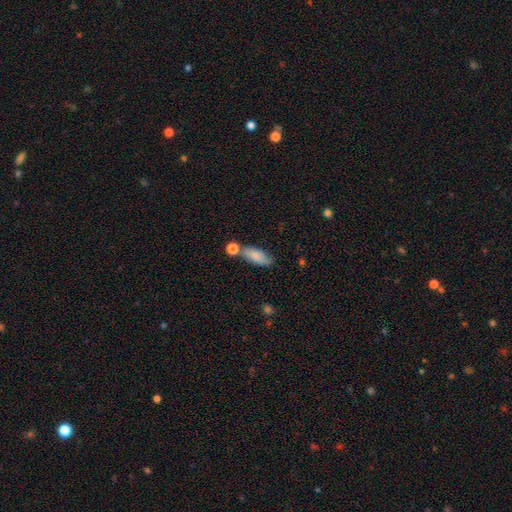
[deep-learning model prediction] Smooth or featured? smooth (79%)
How rounded? in between (76%)
Merging? none (59%)